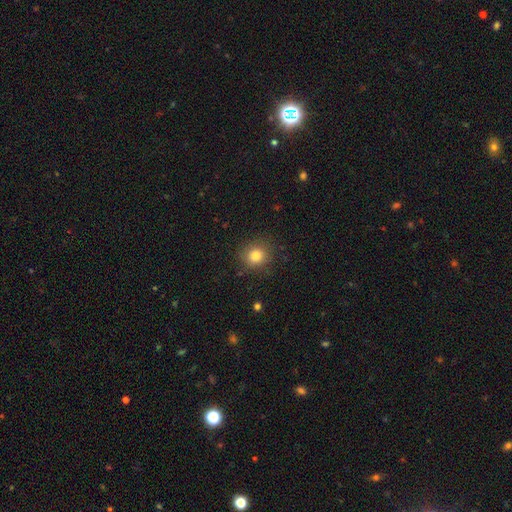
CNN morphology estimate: The model was most divided on "how rounded": round: 81%, in between: 18%, cigar-shaped: 1%. More confident: merging — none (85%); smooth or featured — smooth (83%).